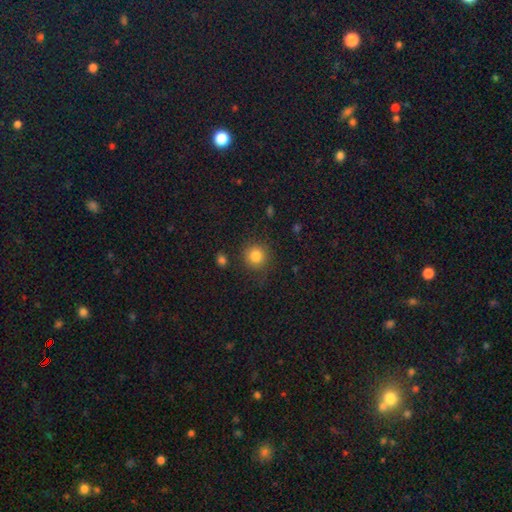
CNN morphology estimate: Smooth or featured: smooth — 82% (star or artifact — 11%)
How rounded: round — 92% (in between — 7%)
Merging: none — 84% (minor disturbance — 10%)